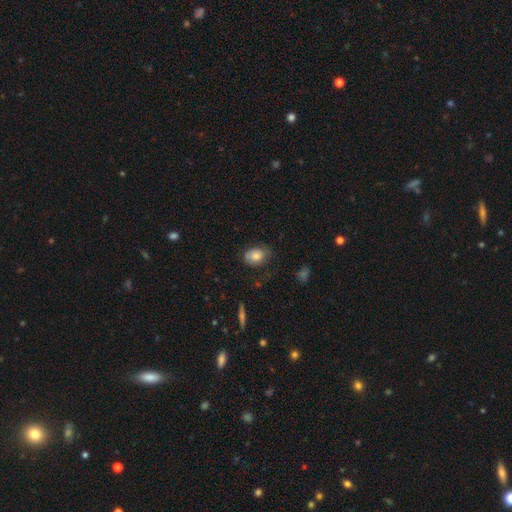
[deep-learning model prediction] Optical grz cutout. It shows a smooth galaxy with no disk features (76%) that is in between round and cigar-shaped (73%). Merging: none (68%).